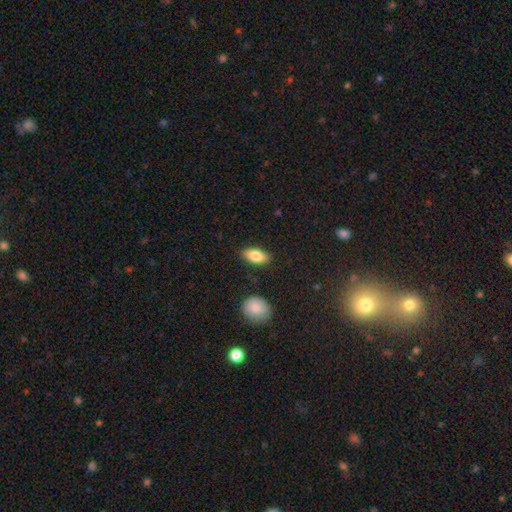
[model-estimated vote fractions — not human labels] smooth_or_featured: smooth (p=0.83) [alt: featured or disk p=0.11]
how_rounded: in between (p=0.90) [alt: cigar-shaped p=0.06]
merging: none (p=0.86) [alt: minor disturbance p=0.10]